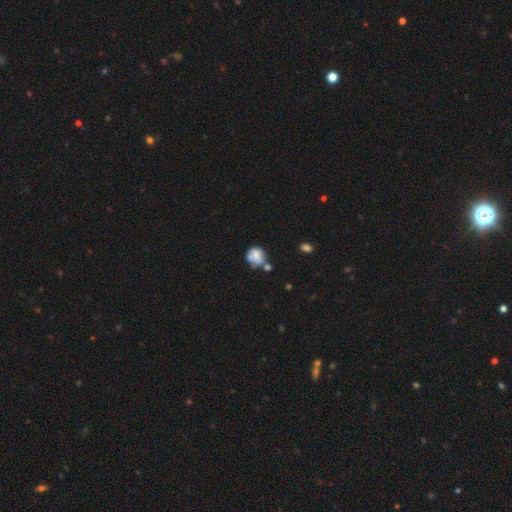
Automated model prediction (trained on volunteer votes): This is likely a smooth galaxy (64%). How rounded: likely round (65%). Merging: marginally none (38%).